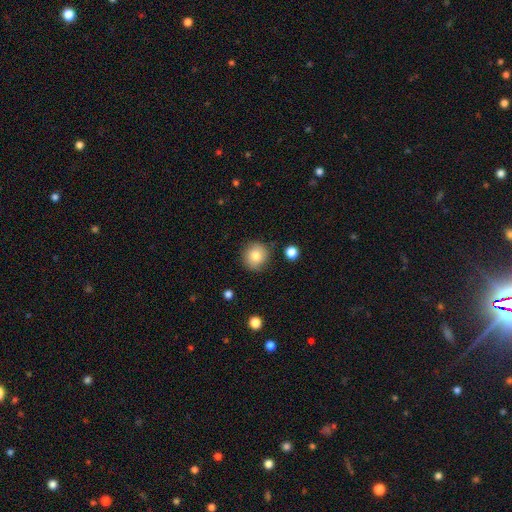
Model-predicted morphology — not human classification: A smooth galaxy with no disk features (81%) that is round (91%). Merging: none (85%).